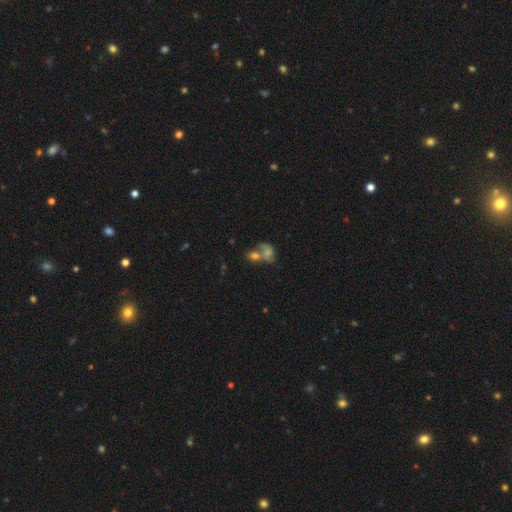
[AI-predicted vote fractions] The model was most divided on "smooth or featured": smooth: 44%, featured or disk: 37%, star or artifact: 19%. More confident: merging — merger (54%).